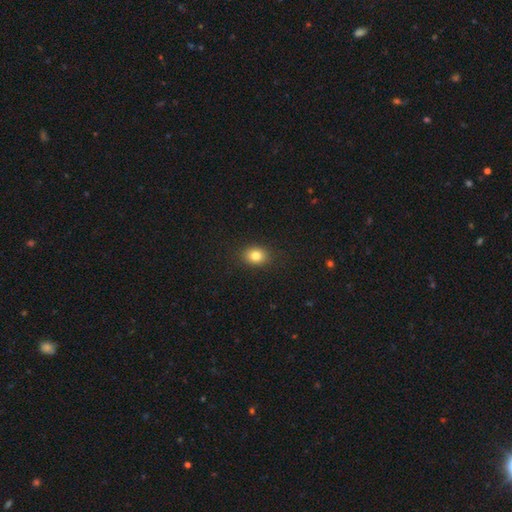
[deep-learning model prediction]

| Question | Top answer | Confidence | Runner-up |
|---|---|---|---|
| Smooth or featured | smooth | 83% | star or artifact (10%) |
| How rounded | in between | 53% | round (46%) |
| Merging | none | 88% | minor disturbance (9%) |